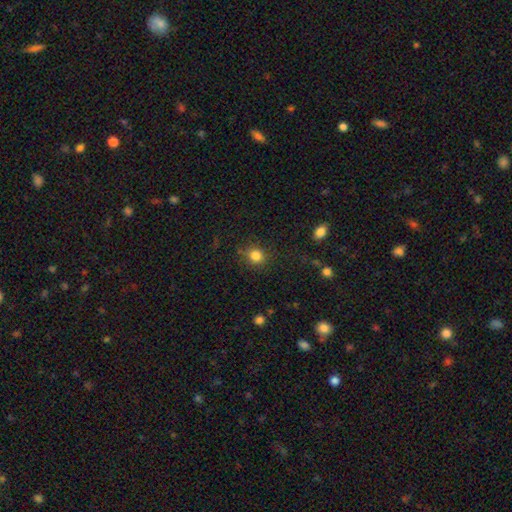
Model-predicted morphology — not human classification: smooth 83%, star or artifact 12%, featured or disk 5%. Down the decision tree: how rounded — round (83%); merging — none (84%).